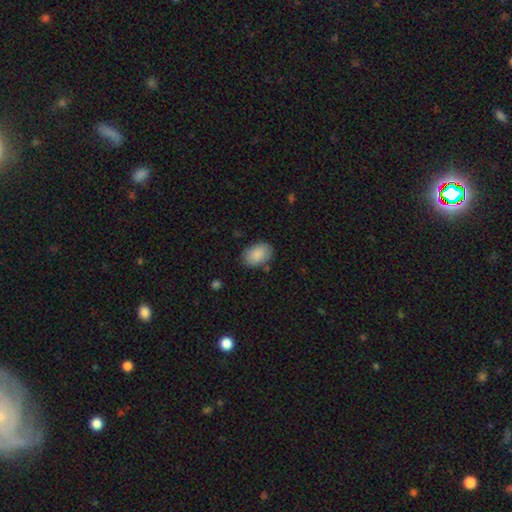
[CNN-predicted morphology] smooth 88%, star or artifact 7%, featured or disk 5%. Down the decision tree: how rounded — in between (85%); merging — none (80%).